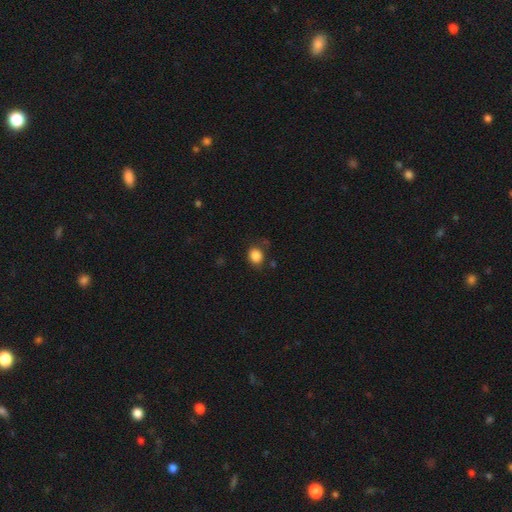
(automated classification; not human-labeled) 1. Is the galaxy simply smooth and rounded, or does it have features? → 86% smooth, 10% star or artifact, 4% featured or disk.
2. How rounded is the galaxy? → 66% round, 33% in between, 1% cigar-shaped.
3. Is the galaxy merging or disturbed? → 78% none, 14% minor disturbance, 4% major disturbance, 3% merger.